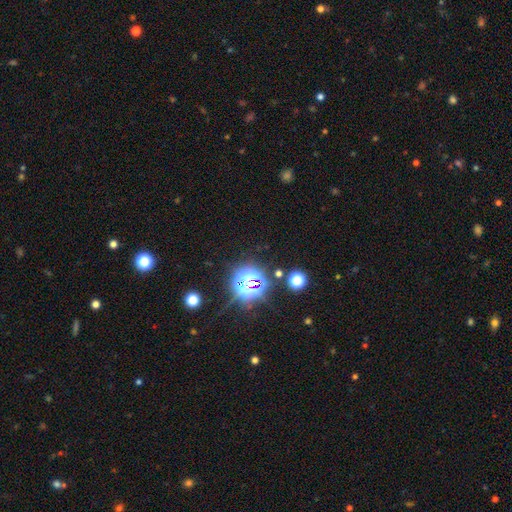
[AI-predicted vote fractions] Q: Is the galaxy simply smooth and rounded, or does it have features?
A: star or artifact — 81%.